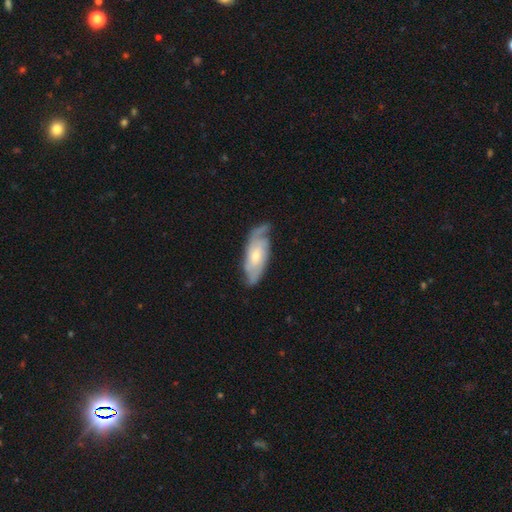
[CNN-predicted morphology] Overall: featured or disk (74%). Edge-on disk: no (89%). Bar: no (64%; weak 30%). Spiral arms: yes (92%). Spiral arm count: 2 (50%; can't tell 27%). Spiral winding: tight (45%; medium 39%). Bulge size: small (49%; moderate 45%). Merging: none (66%).